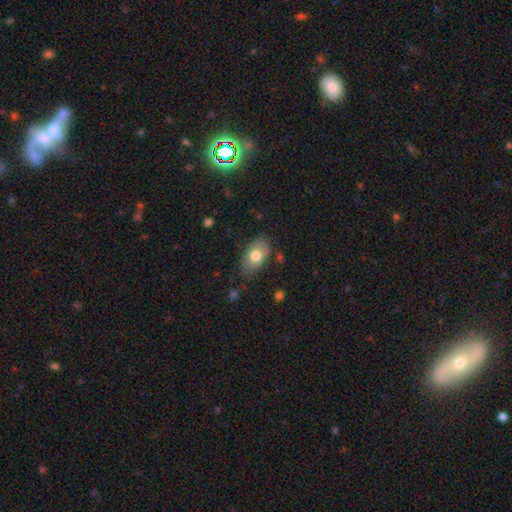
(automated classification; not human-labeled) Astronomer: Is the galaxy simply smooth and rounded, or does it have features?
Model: smooth — 73%.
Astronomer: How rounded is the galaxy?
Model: in between — 90%.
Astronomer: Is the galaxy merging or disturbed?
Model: none — 76%.